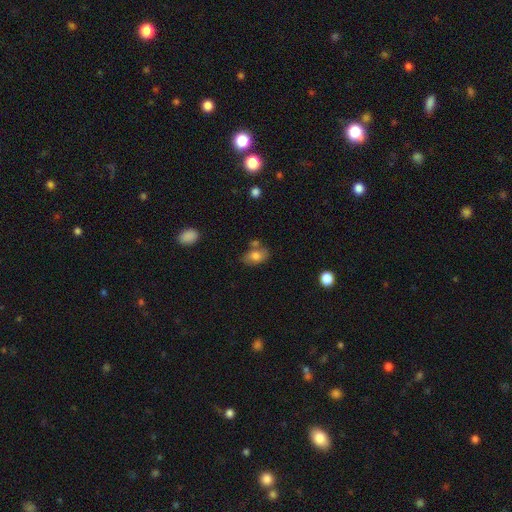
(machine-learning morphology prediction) This appears to be a smooth galaxy with no disk features (75%) that is in between round and cigar-shaped (83%). Merging: none (58%).